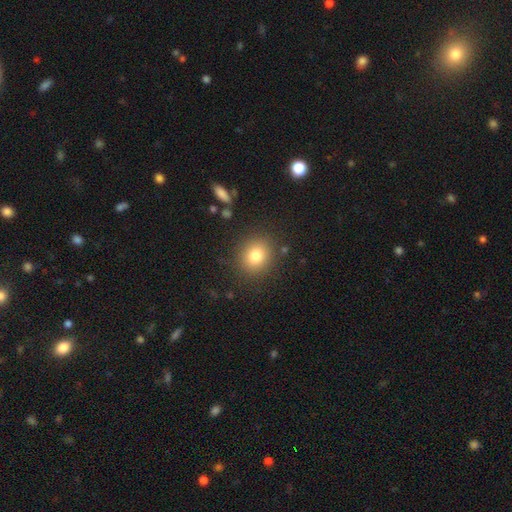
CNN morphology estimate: Q: Smooth or featured?
A: smooth (79%); runner-up: star or artifact (12%)
Q: How rounded?
A: round (78%); runner-up: in between (21%)
Q: Merging?
A: none (86%); runner-up: minor disturbance (9%)